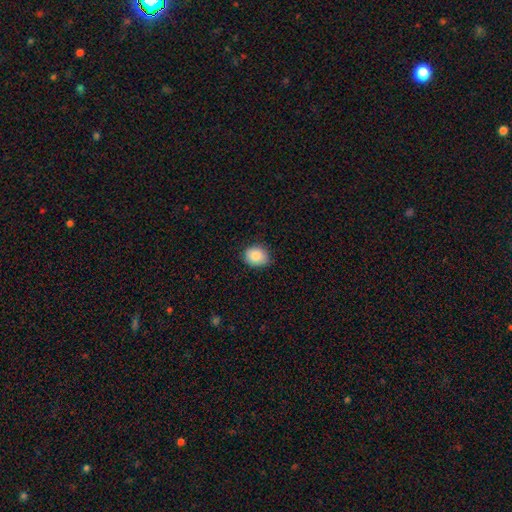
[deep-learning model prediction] This is clearly a smooth galaxy (86%). How rounded: possibly round (60%). Merging: clearly none (80%).